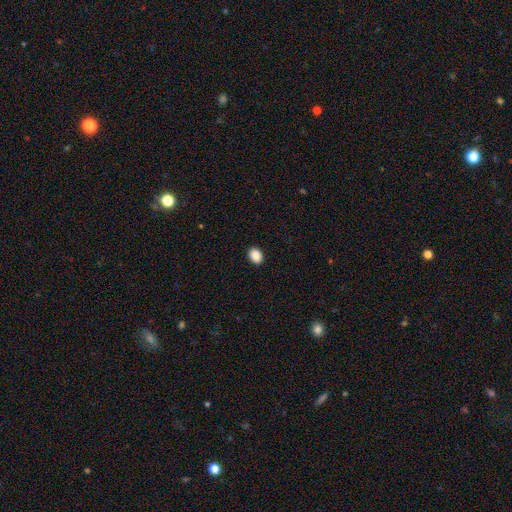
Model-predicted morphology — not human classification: Q: Smooth or featured?
A: smooth (89%); runner-up: star or artifact (8%)
Q: How rounded?
A: in between (65%); runner-up: round (34%)
Q: Merging?
A: none (91%); runner-up: minor disturbance (6%)